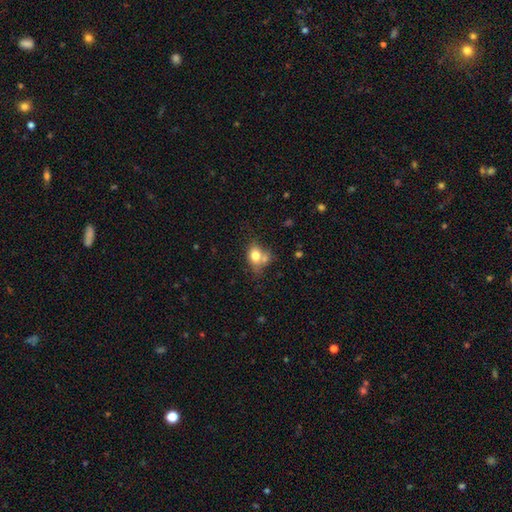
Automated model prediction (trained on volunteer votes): Overall: smooth (76%). How rounded: in between (64%; round 34%). Merging: none (43%; merger 30%).